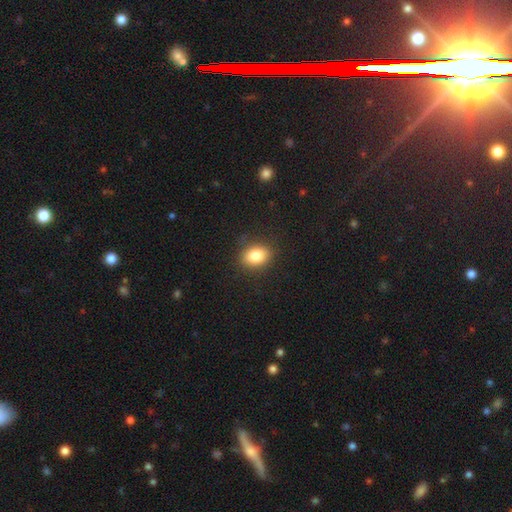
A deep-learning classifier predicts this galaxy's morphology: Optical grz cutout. It shows a smooth galaxy with no disk features (83%) that is in between round and cigar-shaped (65%). Merging: none (85%).